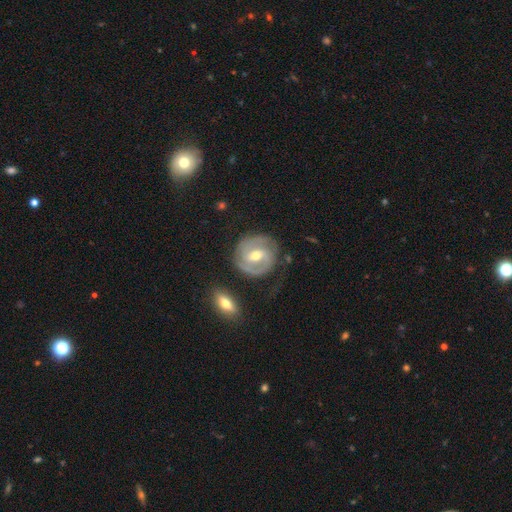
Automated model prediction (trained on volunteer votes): smooth_or_featured: featured or disk (p=0.83) [alt: smooth p=0.12]
disk_edge_on: no (p=0.97) [alt: yes p=0.03]
bar: weak (p=0.50) [alt: strong p=0.27]
has_spiral_arms: yes (p=0.94) [alt: no p=0.06]
spiral_winding: tight (p=0.51) [alt: medium p=0.38]
spiral_arm_count: 2 (p=0.77) [alt: can't tell p=0.10]
bulge_size: moderate (p=0.66) [alt: small p=0.30]
merging: none (p=0.76) [alt: minor disturbance p=0.15]